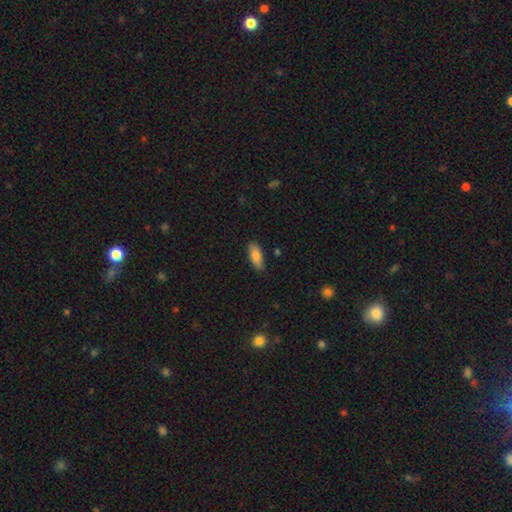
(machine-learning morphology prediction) type=smooth (81%); roundness=in between (76%); merging=none (84%).